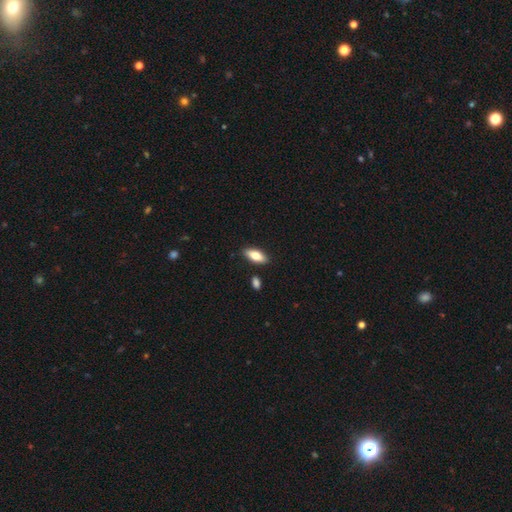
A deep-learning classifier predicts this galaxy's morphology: This appears to be a smooth galaxy with no disk features (75%) that is in between round and cigar-shaped (81%). Merging: none (86%).